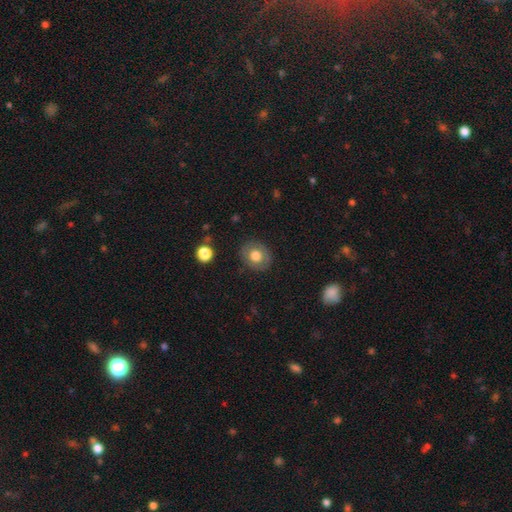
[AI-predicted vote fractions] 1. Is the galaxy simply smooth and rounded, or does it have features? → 69% smooth, 23% featured or disk, 8% star or artifact.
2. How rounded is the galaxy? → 62% round, 37% in between, 1% cigar-shaped.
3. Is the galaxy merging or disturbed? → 85% none, 11% minor disturbance, 4% major disturbance, 1% merger.